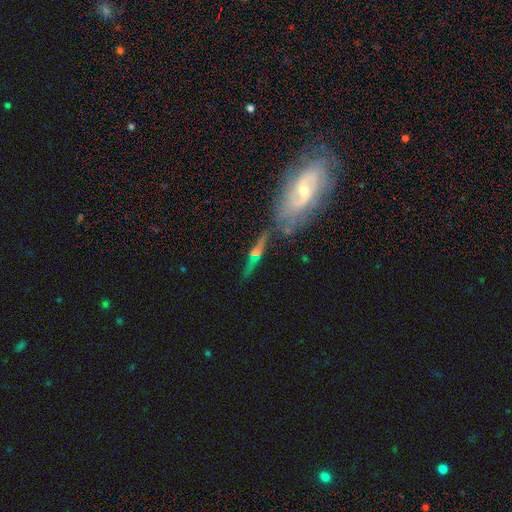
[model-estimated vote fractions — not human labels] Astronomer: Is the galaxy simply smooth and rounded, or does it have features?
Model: featured or disk — 74%.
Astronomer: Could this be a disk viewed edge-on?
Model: yes — 74%.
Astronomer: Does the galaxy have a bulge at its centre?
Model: rounded — 88%.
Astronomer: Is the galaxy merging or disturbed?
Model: none — 62%.